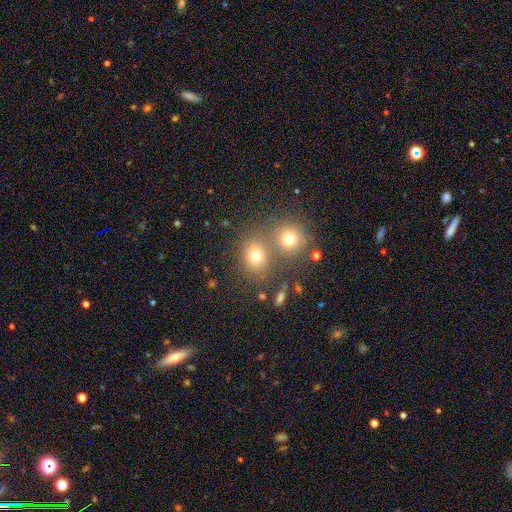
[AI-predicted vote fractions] Smooth or featured? smooth (74%)
How rounded? round (72%)
Merging? none (53%)